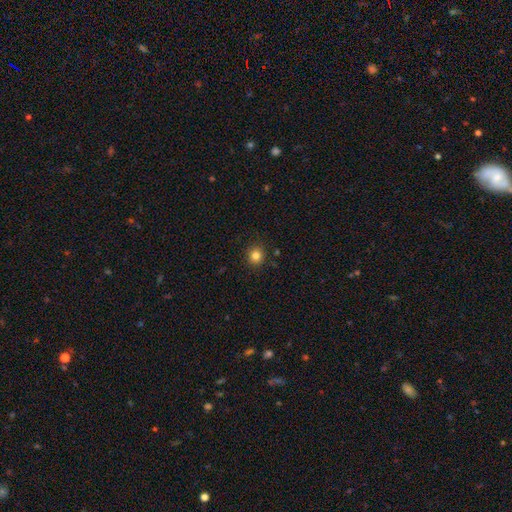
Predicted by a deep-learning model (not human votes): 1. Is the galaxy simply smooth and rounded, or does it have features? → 82% smooth, 13% star or artifact, 5% featured or disk.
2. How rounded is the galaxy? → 89% round, 10% in between, 1% cigar-shaped.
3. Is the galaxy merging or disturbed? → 90% none, 7% minor disturbance, 2% major disturbance, 1% merger.